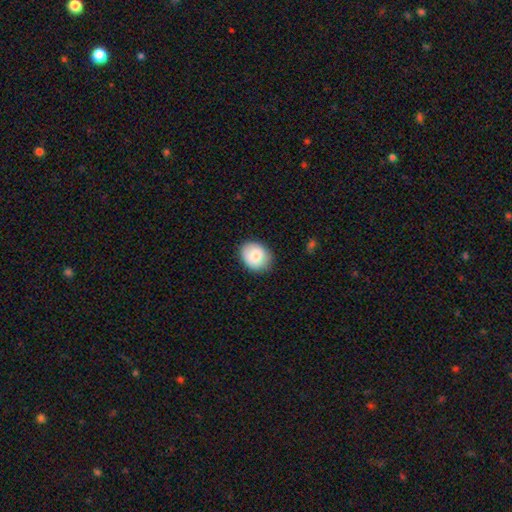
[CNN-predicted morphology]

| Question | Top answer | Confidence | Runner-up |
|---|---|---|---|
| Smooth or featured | smooth | 82% | featured or disk (11%) |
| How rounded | in between | 50% | round (49%) |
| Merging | none | 79% | minor disturbance (17%) |